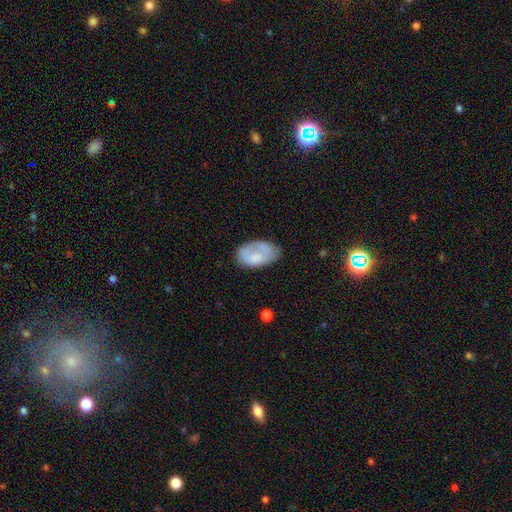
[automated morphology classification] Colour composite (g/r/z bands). It shows a smooth galaxy with no disk features (65%) that is in between round and cigar-shaped (93%). Merging: none (51%).